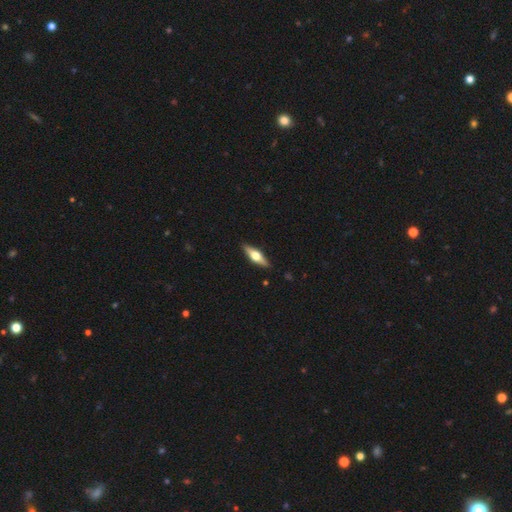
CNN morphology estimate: Smooth or featured? Predicted: featured or disk (p=0.59). Edge-on disk? Predicted: yes (p=0.94). Edge-on bulge? Predicted: rounded (p=0.95). Merging? Predicted: none (p=0.90).